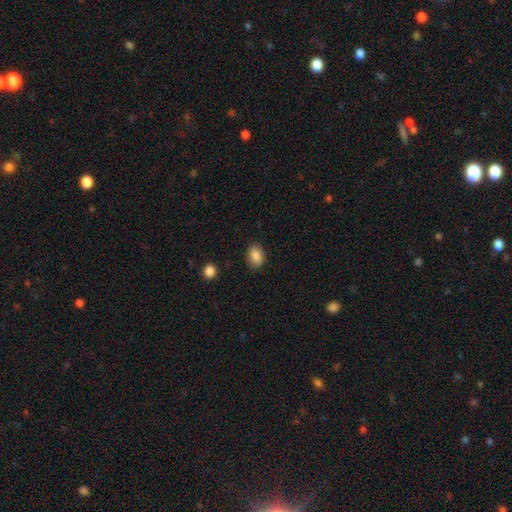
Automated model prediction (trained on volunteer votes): The model was most divided on "how rounded": in between: 71%, round: 28%, cigar-shaped: 1%. More confident: smooth or featured — smooth (86%); merging — none (86%).